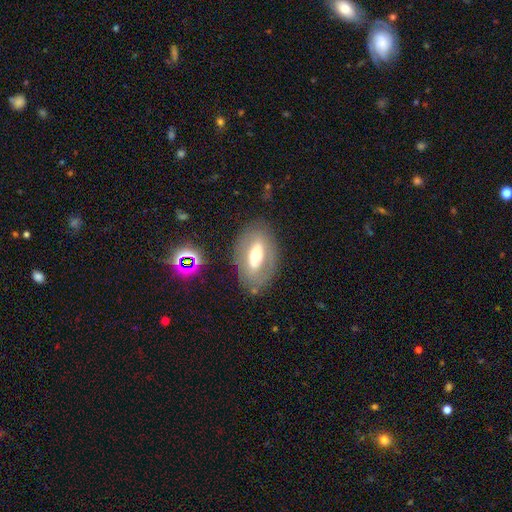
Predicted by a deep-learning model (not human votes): Overall: featured or disk (54%; smooth 38%). Edge-on disk: no (82%). Merging: none (77%).